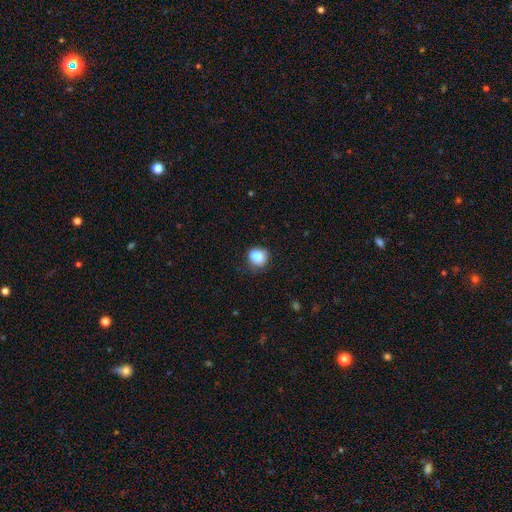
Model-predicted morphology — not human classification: Smooth or featured: smooth — 83% (star or artifact — 10%)
How rounded: round — 68% (in between — 31%)
Merging: none — 71% (minor disturbance — 21%)